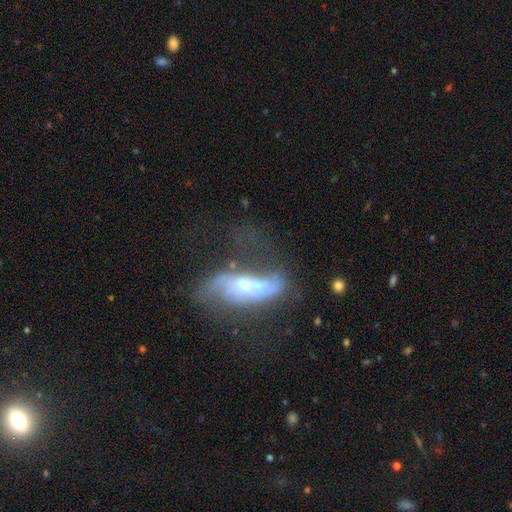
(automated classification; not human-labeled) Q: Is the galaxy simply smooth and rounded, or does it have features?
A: featured or disk — 69%.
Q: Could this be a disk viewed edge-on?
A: no — 75%.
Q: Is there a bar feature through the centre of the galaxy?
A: no — 37%.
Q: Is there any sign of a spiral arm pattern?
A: yes — 75%.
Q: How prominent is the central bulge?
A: moderate — 47%.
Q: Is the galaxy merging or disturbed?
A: none — 45%.